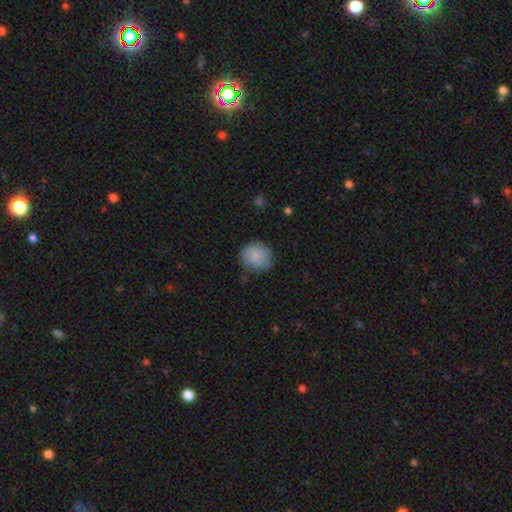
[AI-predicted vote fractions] The model was most divided on "merging": none: 72%, minor disturbance: 22%, major disturbance: 5%, merger: 1%. More confident: smooth or featured — smooth (86%); how rounded — round (79%).